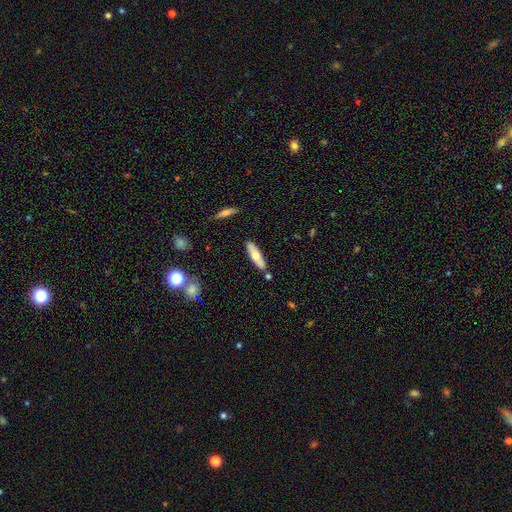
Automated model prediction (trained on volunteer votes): A smooth galaxy with no disk features (58%) that is cigar-shaped (62%).

Vote fractions:
- Smooth or featured? smooth: 58% / featured or disk: 36% / star or artifact: 6%
- How rounded? cigar-shaped: 62% / in between: 36% / round: 2%
- Merging? none: 82% / minor disturbance: 10% / merger: 5% / major disturbance: 2%